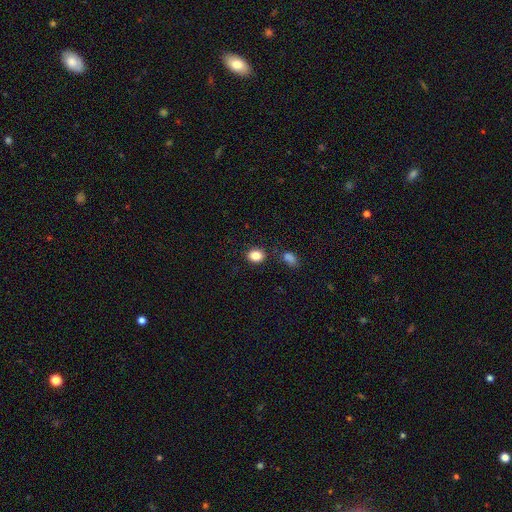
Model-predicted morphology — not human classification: type=smooth (85%); roundness=in between (51%); merging=none (81%).